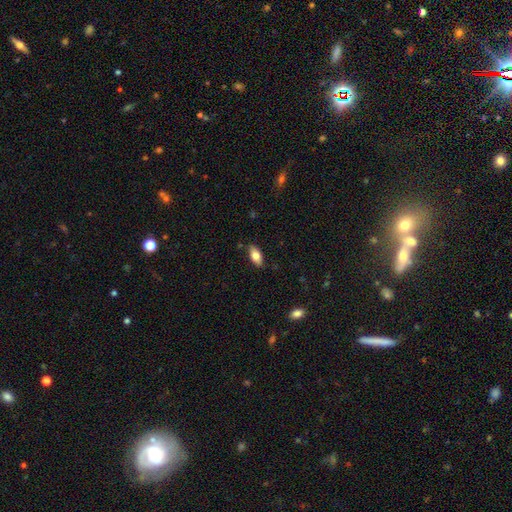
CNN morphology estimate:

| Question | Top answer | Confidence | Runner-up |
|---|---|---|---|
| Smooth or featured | smooth | 74% | featured or disk (20%) |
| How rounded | in between | 85% | cigar-shaped (12%) |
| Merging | none | 85% | minor disturbance (12%) |